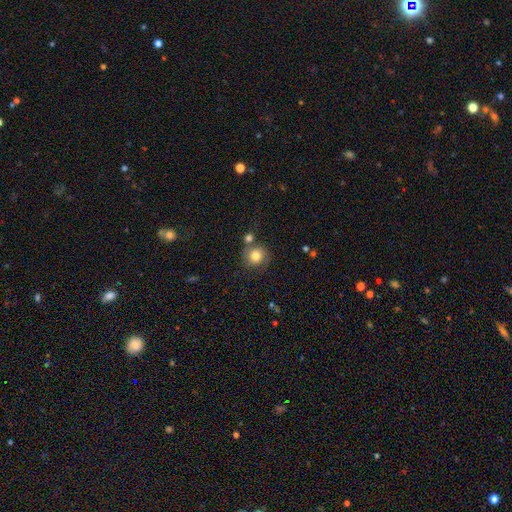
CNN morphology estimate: smooth 78%, featured or disk 11%, star or artifact 10%. Down the decision tree: how rounded — round (90%); merging — none (68%).